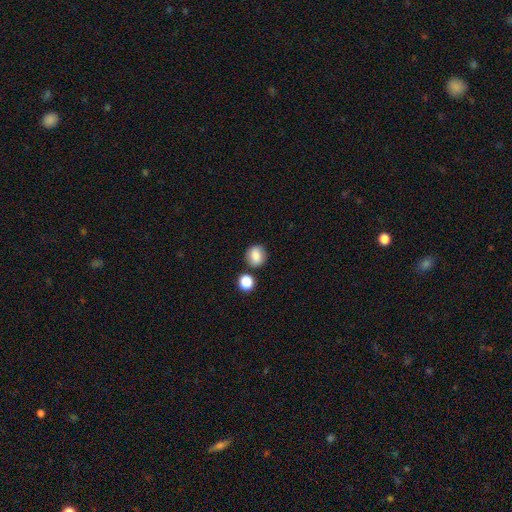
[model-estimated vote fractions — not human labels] smooth_or_featured: smooth (p=0.83) [alt: star or artifact p=0.09]
how_rounded: round (p=0.76) [alt: in between p=0.23]
merging: none (p=0.77) [alt: minor disturbance p=0.11]